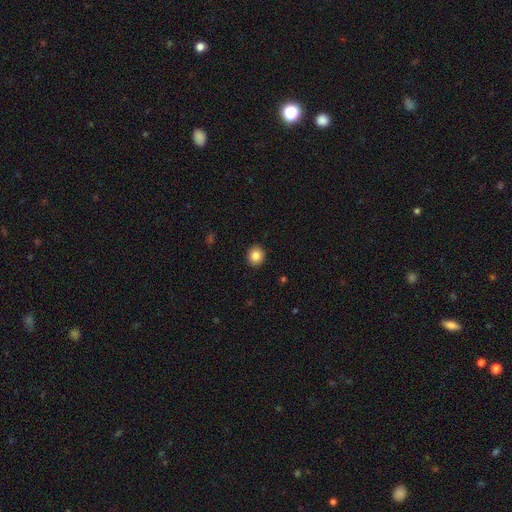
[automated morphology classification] This is clearly a smooth galaxy (85%). How rounded: clearly round (86%). Merging: clearly none (92%).